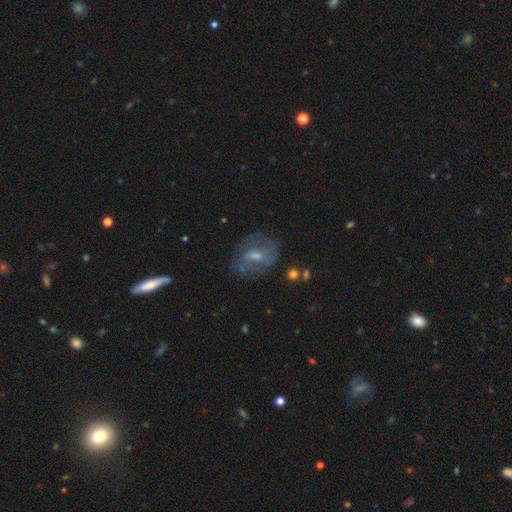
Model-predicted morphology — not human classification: smooth_or_featured: featured or disk (p=0.62) [alt: smooth p=0.27]
disk_edge_on: no (p=0.94) [alt: yes p=0.06]
bar: weak (p=0.52) [alt: no p=0.31]
has_spiral_arms: yes (p=0.67) [alt: no p=0.33]
bulge_size: moderate (p=0.46) [alt: small p=0.39]
merging: none (p=0.64) [alt: minor disturbance p=0.20]